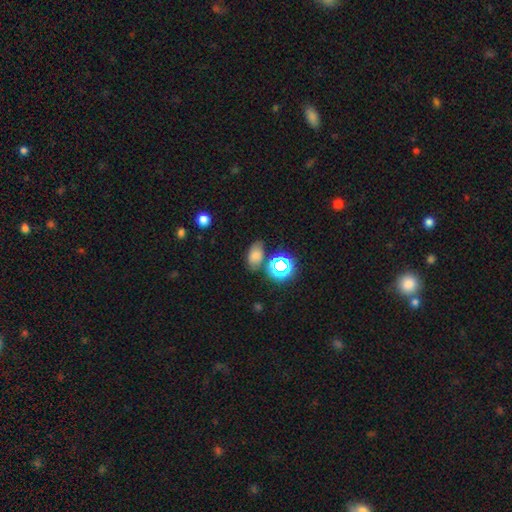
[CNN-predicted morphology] The model was most divided on "smooth or featured": smooth: 69%, star or artifact: 21%, featured or disk: 10%. More confident: how rounded — in between (86%); merging — none (70%).